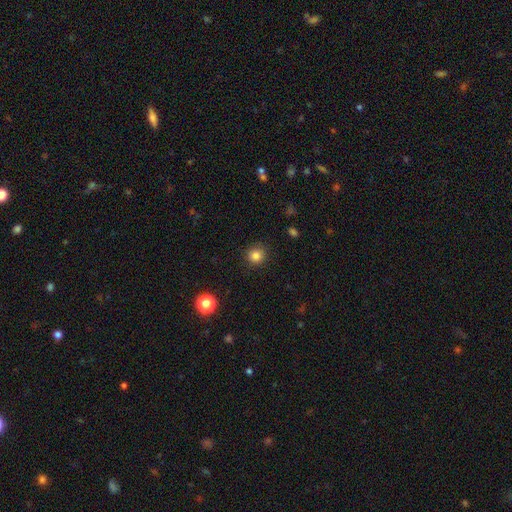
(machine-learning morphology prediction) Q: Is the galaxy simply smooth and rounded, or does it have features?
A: smooth — 84%.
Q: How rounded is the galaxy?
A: round — 91%.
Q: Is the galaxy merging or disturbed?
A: none — 88%.